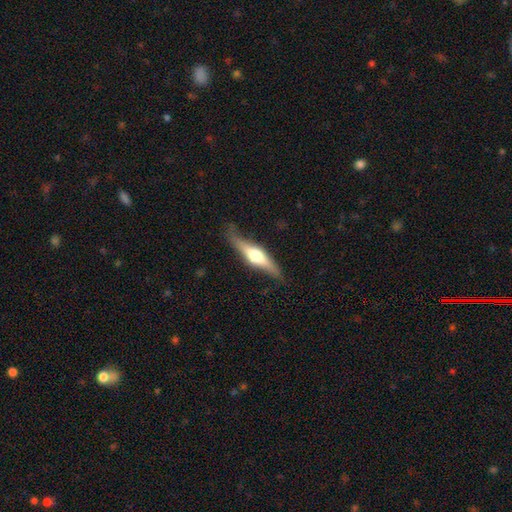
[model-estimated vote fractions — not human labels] smooth-or-featured: featured or disk: 67% | smooth: 28% | star or artifact: 5%
  disk-edge-on: yes: 90% | no: 10%
    edge-on-bulge: rounded: 92% | boxy: 5% | none: 3%
  merging: none: 76% | minor disturbance: 17% | major disturbance: 5% | merger: 2%